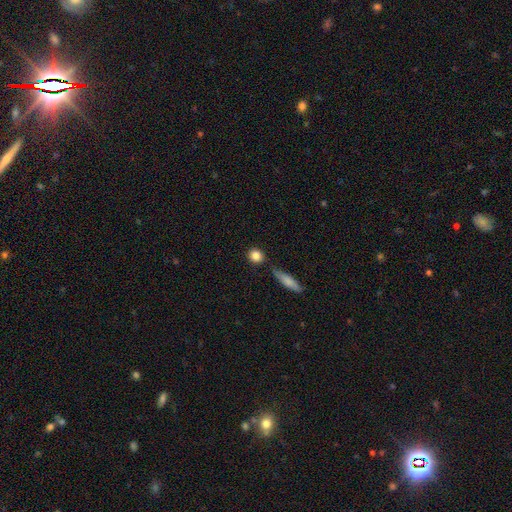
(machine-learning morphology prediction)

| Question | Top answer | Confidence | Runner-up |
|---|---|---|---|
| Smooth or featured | smooth | 84% | star or artifact (9%) |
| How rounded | round | 82% | in between (14%) |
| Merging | none | 79% | minor disturbance (10%) |